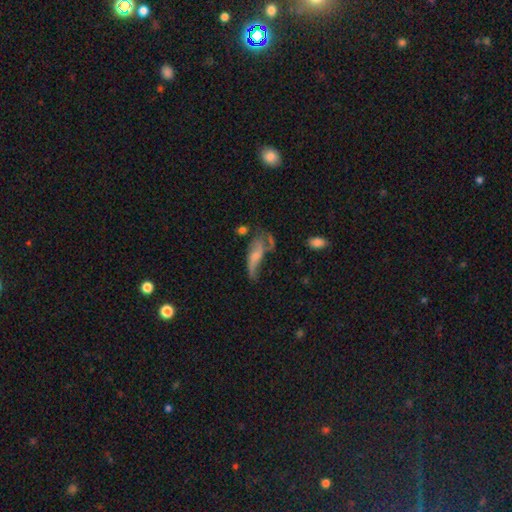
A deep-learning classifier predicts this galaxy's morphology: smooth_or_featured: featured or disk (p=0.46) [alt: smooth p=0.44]
merging: major disturbance (p=0.33) [alt: none p=0.29]